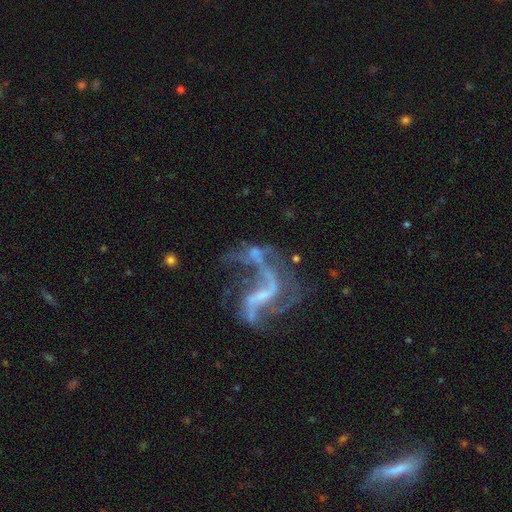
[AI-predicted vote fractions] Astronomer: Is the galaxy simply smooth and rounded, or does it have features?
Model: featured or disk — 79%.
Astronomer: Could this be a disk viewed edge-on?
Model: no — 97%.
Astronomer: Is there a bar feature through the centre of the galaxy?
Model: weak — 39% (runner-up: no, 34%).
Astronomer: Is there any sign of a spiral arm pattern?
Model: yes — 80%.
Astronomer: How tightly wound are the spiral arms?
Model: loose — 74%.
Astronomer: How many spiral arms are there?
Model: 2 — 59%.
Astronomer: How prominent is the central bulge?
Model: none — 44% (runner-up: small, 34%).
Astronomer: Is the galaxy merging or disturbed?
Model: major disturbance — 35% (runner-up: none, 32%).